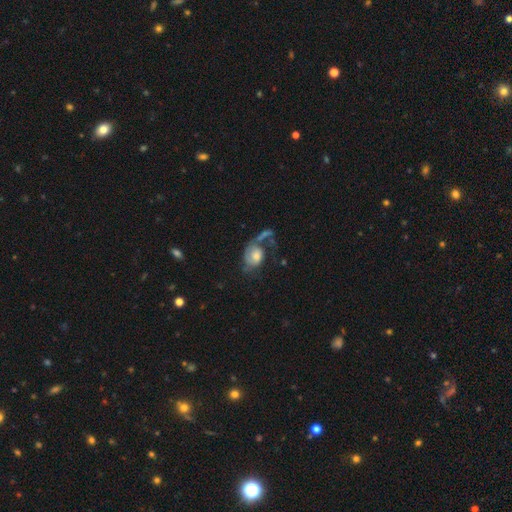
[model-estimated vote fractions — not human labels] Smooth or featured?
  - featured or disk: 60% *
  - smooth: 32%
  - star or artifact: 8%
Edge-on disk?
  - no: 97% *
  - yes: 3%
Bar?
  - no: 75% *
  - weak: 21%
  - strong: 4%
Spiral arms?
  - yes: 77% *
  - no: 23%
Bulge size?
  - moderate: 52% *
  - small: 21%
  - large: 19%
  - none: 5%
  - dominant: 3%
Merging?
  - major disturbance: 40% *
  - none: 26%
  - merger: 19%
  - minor disturbance: 15%